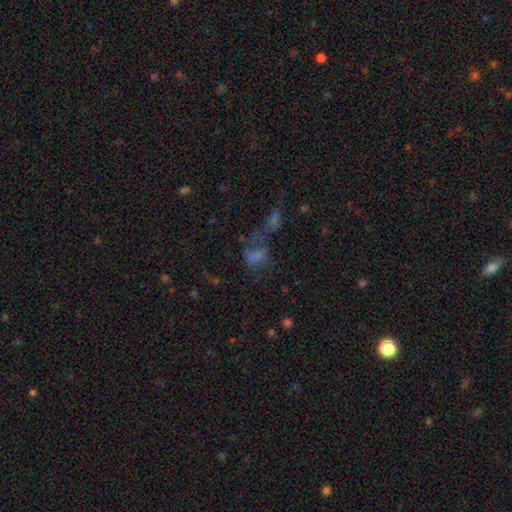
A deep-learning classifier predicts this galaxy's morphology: Q: Smooth or featured?
A: star or artifact (42%); runner-up: smooth (32%)